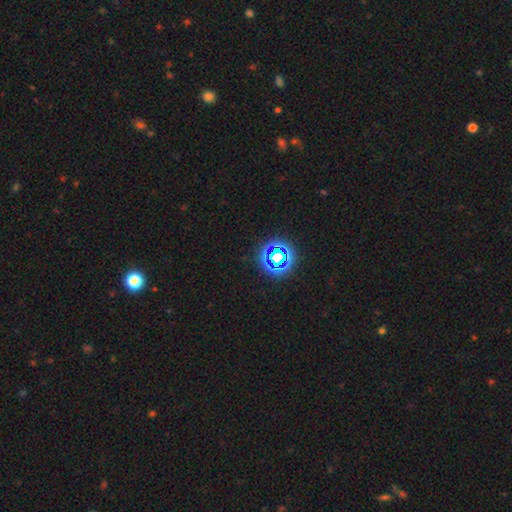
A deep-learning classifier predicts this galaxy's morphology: Smooth or featured?
  - star or artifact: 74% *
  - smooth: 20%
  - featured or disk: 7%